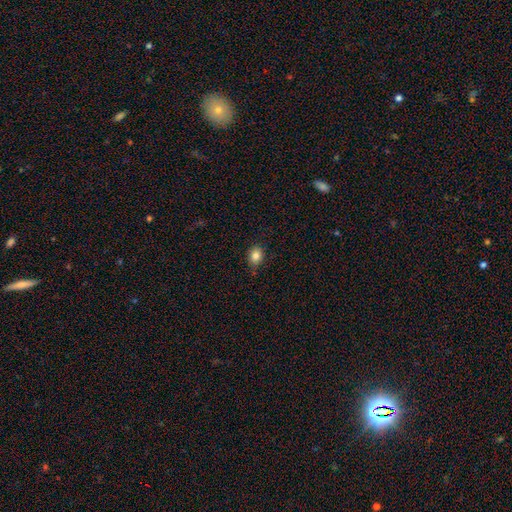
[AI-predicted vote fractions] This is clearly a smooth galaxy (84%). How rounded: possibly round (55%). Merging: likely none (80%).